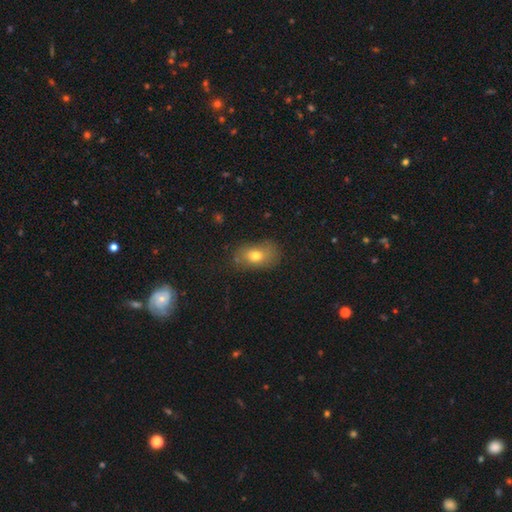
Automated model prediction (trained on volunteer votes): This appears to be a smooth galaxy with no disk features (72%) that is in between round and cigar-shaped (80%). Merging: none (66%).